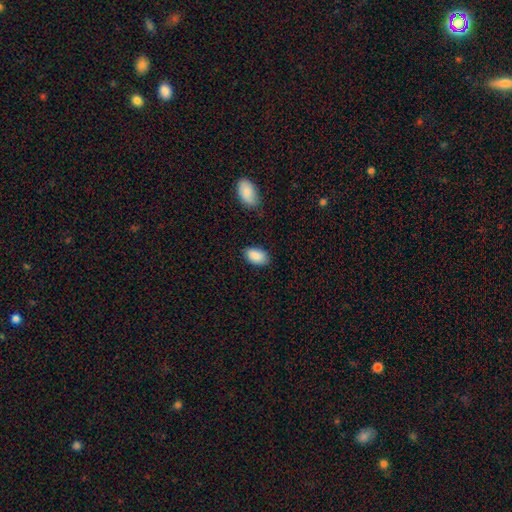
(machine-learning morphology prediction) smooth_or_featured: smooth (p=0.89) [alt: star or artifact p=0.07]
how_rounded: in between (p=0.92) [alt: round p=0.06]
merging: none (p=0.81) [alt: minor disturbance p=0.14]